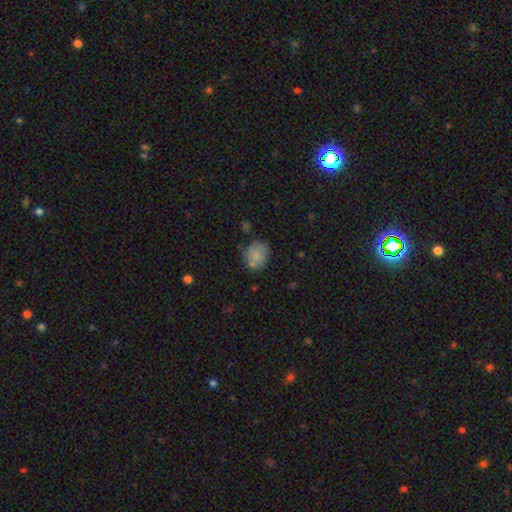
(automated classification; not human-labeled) smooth_or_featured: smooth (p=0.77) [alt: featured or disk p=0.13]
how_rounded: round (p=0.71) [alt: in between p=0.28]
merging: none (p=0.66) [alt: minor disturbance p=0.19]